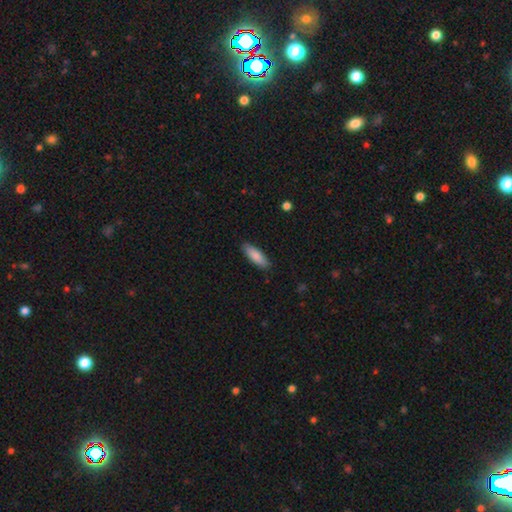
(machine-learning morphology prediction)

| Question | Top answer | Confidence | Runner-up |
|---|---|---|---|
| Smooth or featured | smooth | 86% | featured or disk (9%) |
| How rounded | in between | 59% | cigar-shaped (40%) |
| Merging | none | 86% | minor disturbance (10%) |